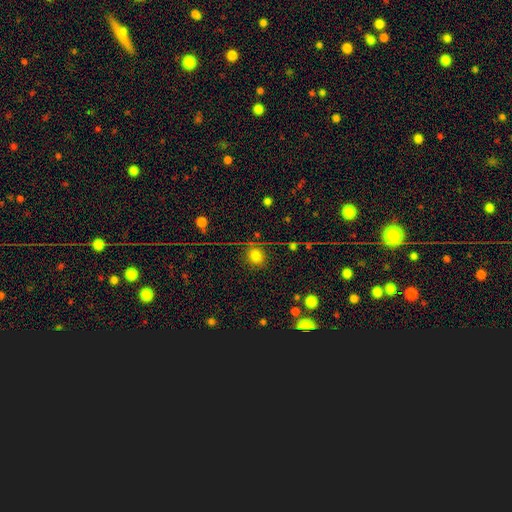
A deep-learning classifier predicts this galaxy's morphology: Smooth or featured: smooth — 77% (star or artifact — 15%)
How rounded: round — 82% (in between — 17%)
Merging: none — 78% (minor disturbance — 12%)